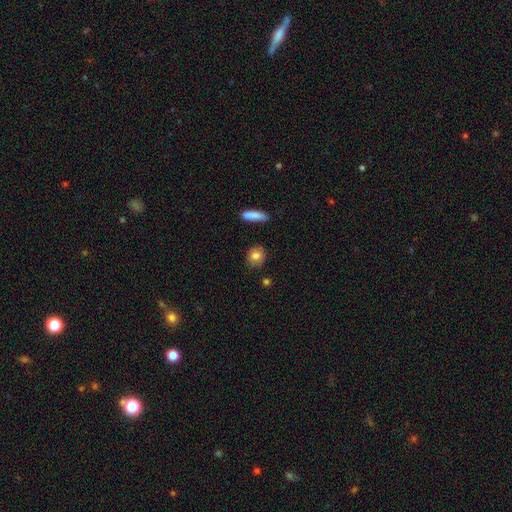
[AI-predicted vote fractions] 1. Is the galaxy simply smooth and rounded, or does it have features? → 80% smooth, 12% featured or disk, 8% star or artifact.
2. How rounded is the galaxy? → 68% round, 29% in between, 3% cigar-shaped.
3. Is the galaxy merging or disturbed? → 79% none, 15% minor disturbance, 3% major disturbance, 3% merger.